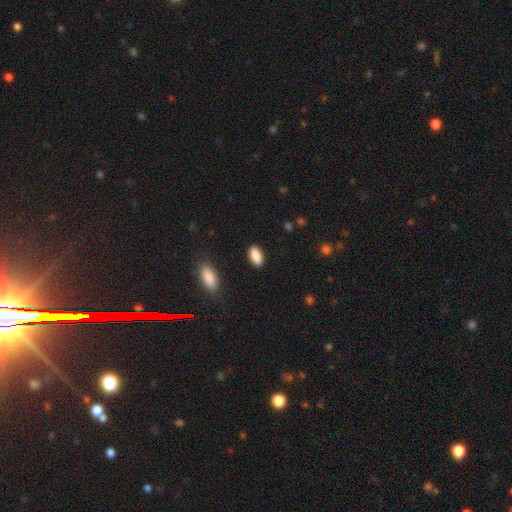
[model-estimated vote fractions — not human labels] smooth-or-featured: smooth: 89% | star or artifact: 7% | featured or disk: 4%
  how-rounded: in between: 92% | cigar-shaped: 5% | round: 3%
  merging: none: 88% | minor disturbance: 8% | major disturbance: 2% | merger: 1%